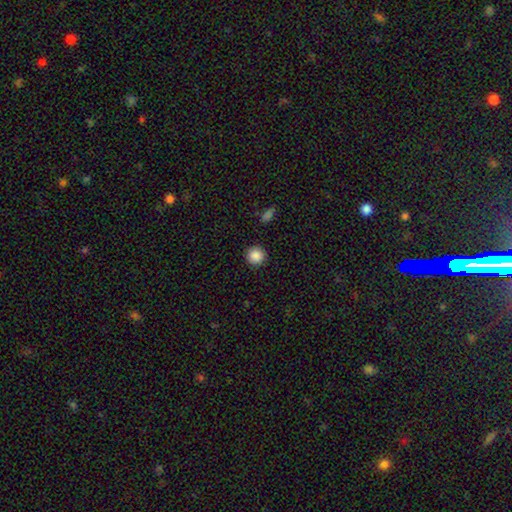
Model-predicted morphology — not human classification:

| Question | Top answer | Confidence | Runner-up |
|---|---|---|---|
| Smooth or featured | smooth | 88% | star or artifact (9%) |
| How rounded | round | 94% | in between (5%) |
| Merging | none | 92% | minor disturbance (5%) |